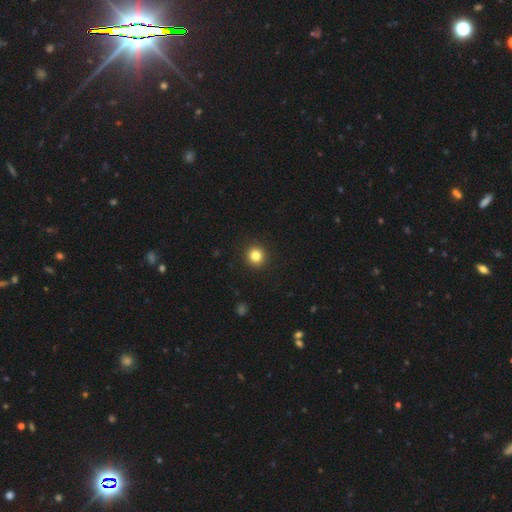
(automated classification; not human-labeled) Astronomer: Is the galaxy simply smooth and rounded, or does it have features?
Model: smooth — 83%.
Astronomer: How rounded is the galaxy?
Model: round — 94%.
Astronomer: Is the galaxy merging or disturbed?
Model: none — 93%.